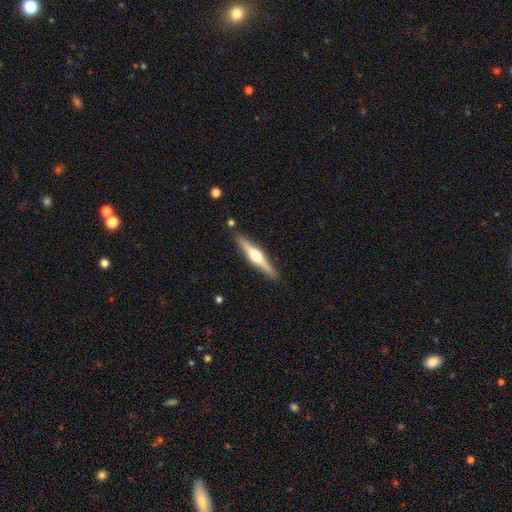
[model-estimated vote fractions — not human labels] Smooth or featured? featured or disk (71%)
Edge-on disk? yes (98%)
Edge-on bulge? rounded (94%)
Merging? none (89%)